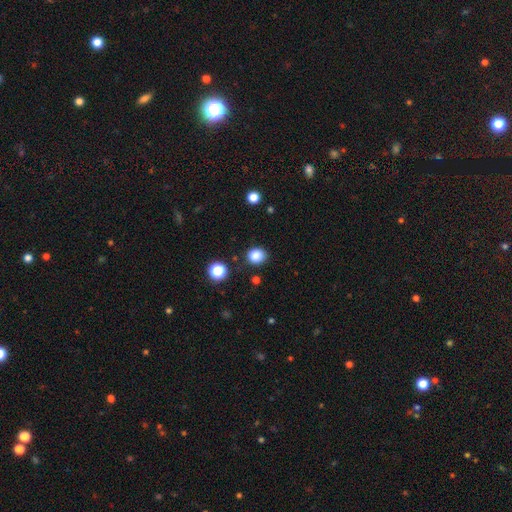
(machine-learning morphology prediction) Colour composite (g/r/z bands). It shows a smooth galaxy with no disk features (85%) that is round (72%). Merging: none (84%).